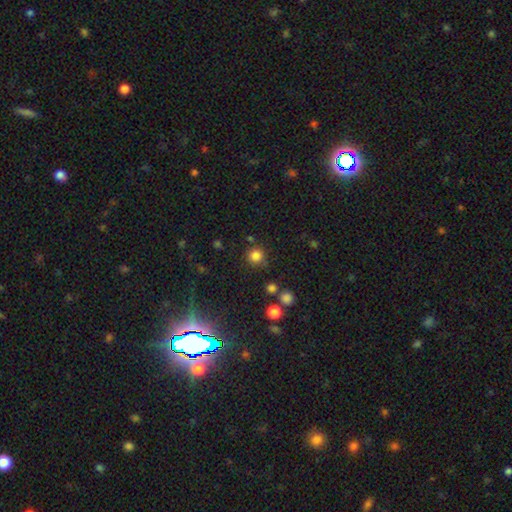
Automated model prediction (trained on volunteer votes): smooth-or-featured: smooth: 80% | star or artifact: 15% | featured or disk: 5%
  how-rounded: round: 93% | in between: 6% | cigar-shaped: 1%
  merging: none: 82% | minor disturbance: 9% | merger: 5% | major disturbance: 3%